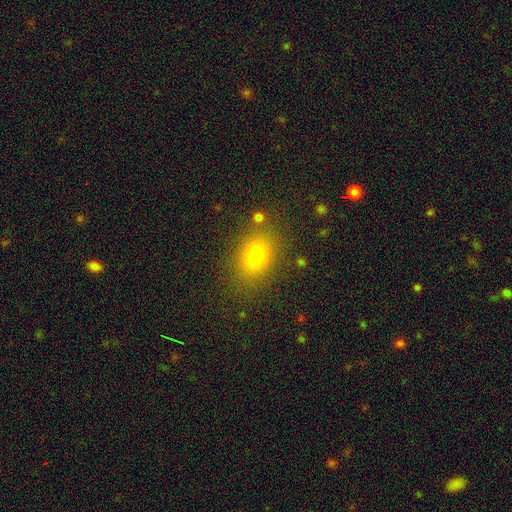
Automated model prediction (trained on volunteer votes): The model was most divided on "how rounded": in between: 65%, round: 33%, cigar-shaped: 2%. More confident: merging — none (82%); smooth or featured — smooth (75%).